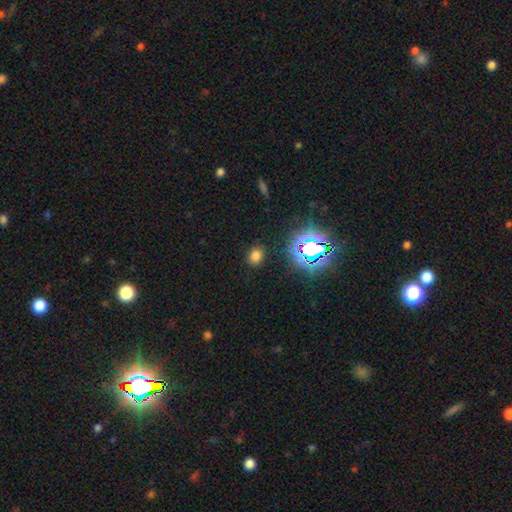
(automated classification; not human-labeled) A smooth galaxy with no disk features (70%) that is round (56%). Merging: none (87%).